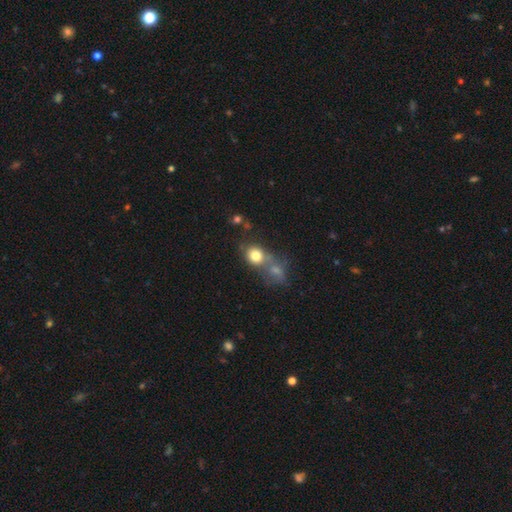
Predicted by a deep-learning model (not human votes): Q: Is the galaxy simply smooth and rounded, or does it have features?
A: smooth — 79%.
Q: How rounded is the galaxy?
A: round — 70%.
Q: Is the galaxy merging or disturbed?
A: merger — 44%.